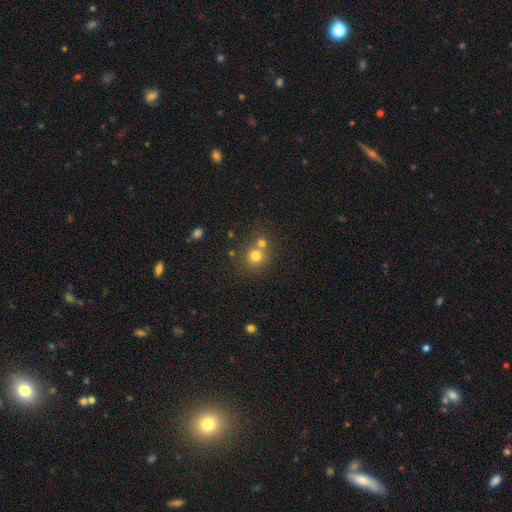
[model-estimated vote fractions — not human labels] Q: Smooth or featured?
A: smooth (75%); runner-up: star or artifact (15%)
Q: How rounded?
A: round (88%); runner-up: in between (11%)
Q: Merging?
A: none (55%); runner-up: merger (35%)